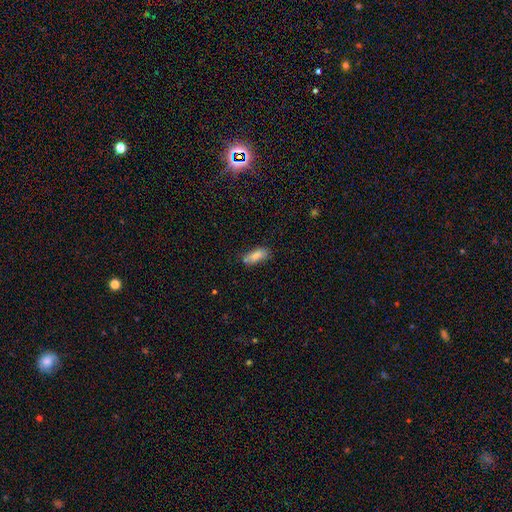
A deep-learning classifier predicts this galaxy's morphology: Smooth or featured?
  - smooth: 81% *
  - featured or disk: 10%
  - star or artifact: 8%
How rounded?
  - in between: 78% *
  - cigar-shaped: 20%
  - round: 3%
Merging?
  - none: 59% *
  - minor disturbance: 23%
  - merger: 12%
  - major disturbance: 6%